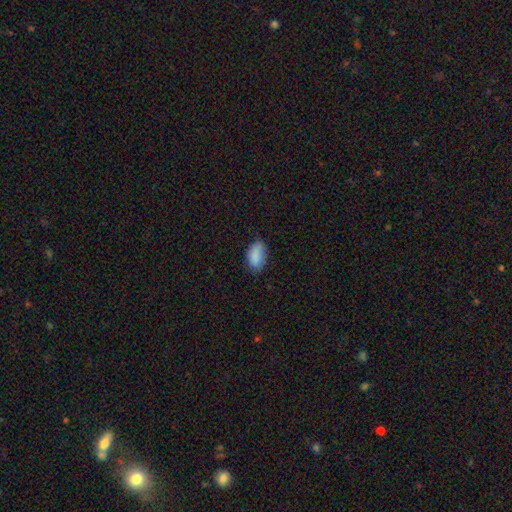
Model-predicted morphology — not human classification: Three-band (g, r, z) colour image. It shows a smooth galaxy with no disk features (87%) that is in between round and cigar-shaped (93%). Merging: none (73%).